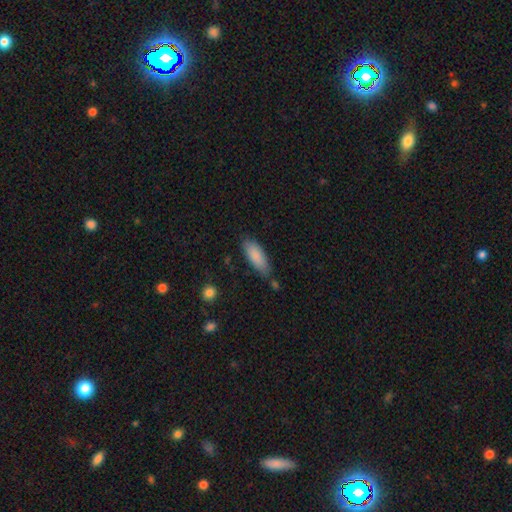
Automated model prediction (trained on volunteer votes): smooth-or-featured: smooth: 87% | featured or disk: 7% | star or artifact: 6%
  how-rounded: in between: 72% | cigar-shaped: 26% | round: 2%
  merging: none: 70% | minor disturbance: 21% | merger: 5% | major disturbance: 4%